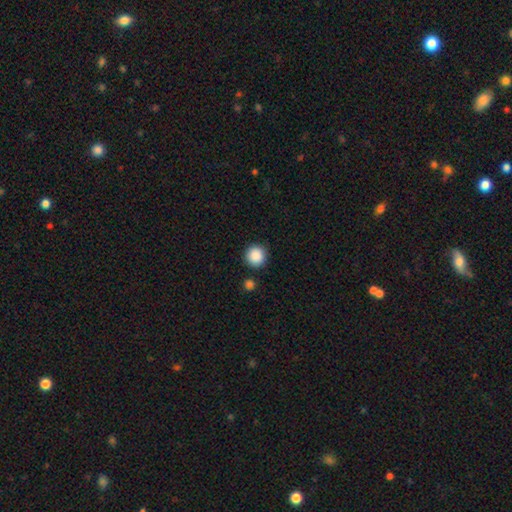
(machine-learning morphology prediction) Smooth or featured?
  - smooth: 89% *
  - star or artifact: 8%
  - featured or disk: 3%
How rounded?
  - round: 95% *
  - in between: 4%
  - cigar-shaped: 1%
Merging?
  - none: 89% *
  - minor disturbance: 6%
  - merger: 3%
  - major disturbance: 2%